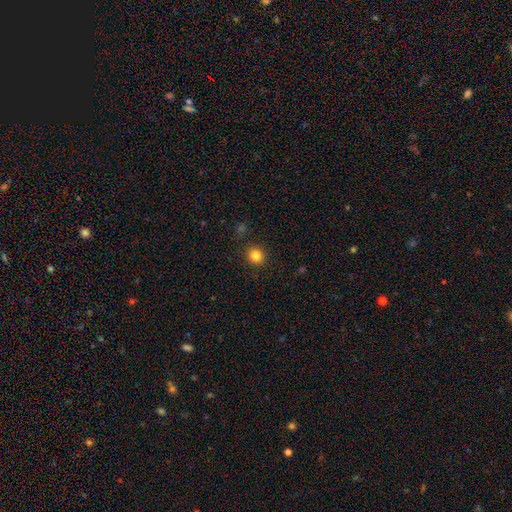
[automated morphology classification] A smooth galaxy with no disk features (83%) that is round (88%). Merging: none (90%).